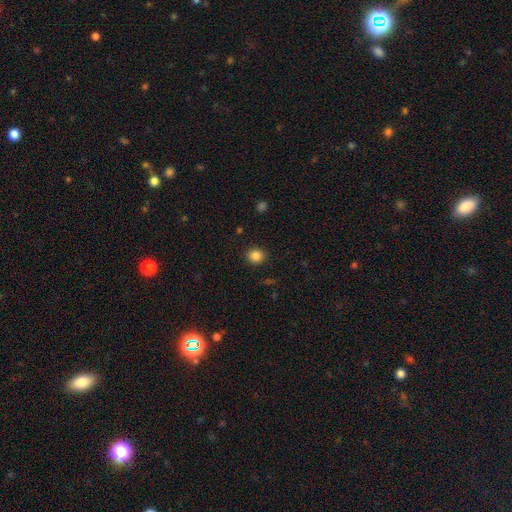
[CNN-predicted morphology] Smooth or featured: smooth — 85% (star or artifact — 11%)
How rounded: round — 80% (in between — 19%)
Merging: none — 90% (minor disturbance — 7%)